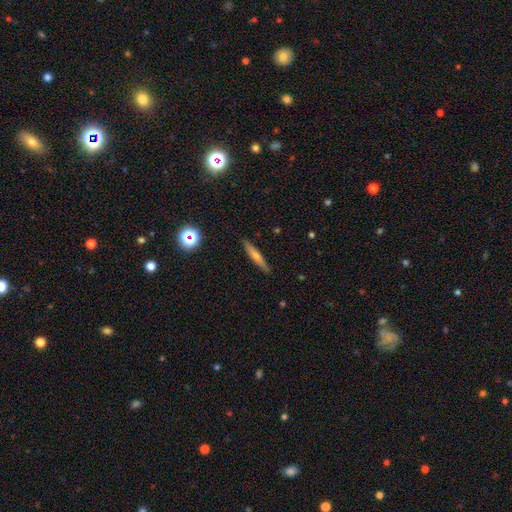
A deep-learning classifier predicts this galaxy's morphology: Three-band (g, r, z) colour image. It shows a featured or disk galaxy (46%). Merging: none (89%).